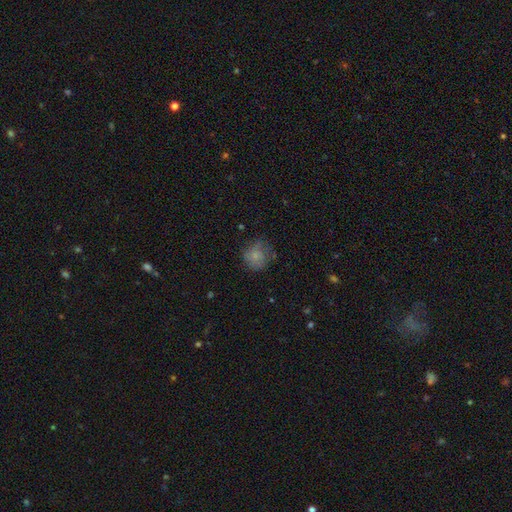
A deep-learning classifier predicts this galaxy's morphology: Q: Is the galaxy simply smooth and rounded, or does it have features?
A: smooth — 74%.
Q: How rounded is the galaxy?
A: round — 83%.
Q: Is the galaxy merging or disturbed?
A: none — 60%.